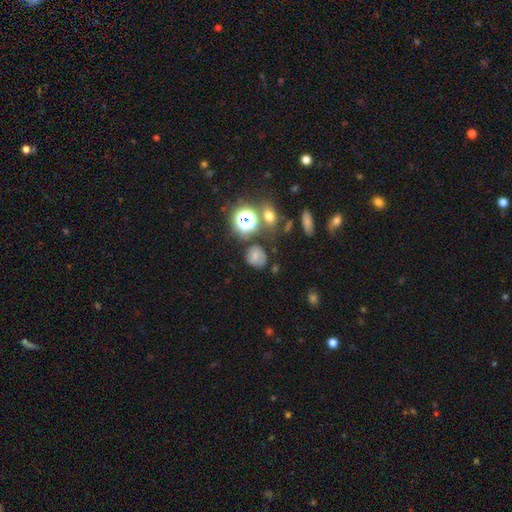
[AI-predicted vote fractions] A smooth galaxy with no disk features (63%) that is round (70%).

Vote fractions:
- Smooth or featured? smooth: 63% / star or artifact: 21% / featured or disk: 16%
- How rounded? round: 70% / in between: 29% / cigar-shaped: 1%
- Merging? none: 68% / minor disturbance: 19% / major disturbance: 7% / merger: 6%